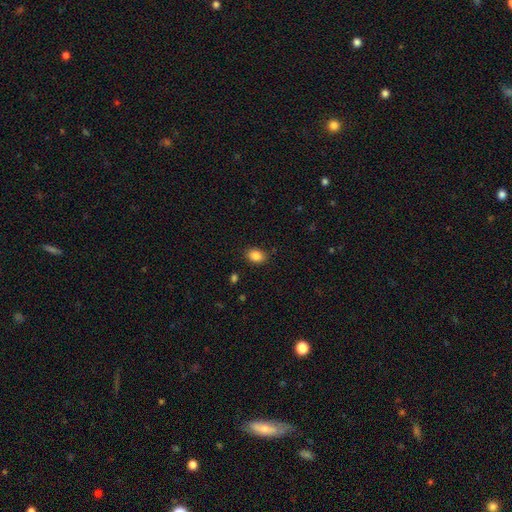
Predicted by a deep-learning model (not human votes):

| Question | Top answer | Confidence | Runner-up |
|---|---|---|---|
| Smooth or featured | smooth | 87% | star or artifact (9%) |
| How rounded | in between | 70% | round (29%) |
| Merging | none | 85% | minor disturbance (11%) |